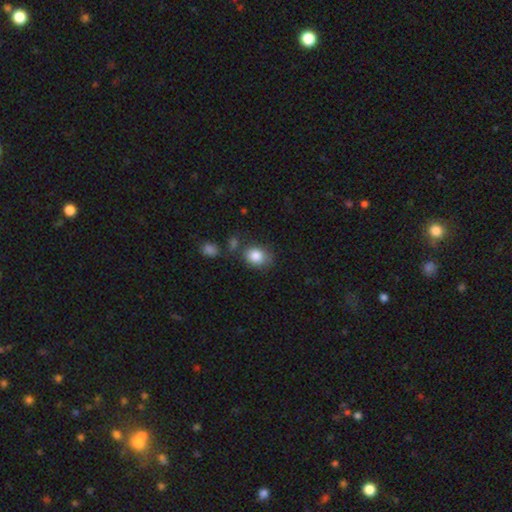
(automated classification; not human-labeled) A smooth galaxy with no disk features (85%) that is round (51%). Merging: none (66%).